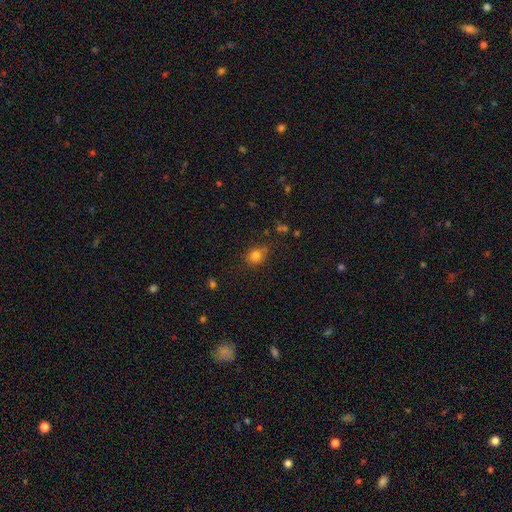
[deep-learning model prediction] This is clearly a smooth galaxy (81%). How rounded: likely round (61%). Merging: likely none (76%).